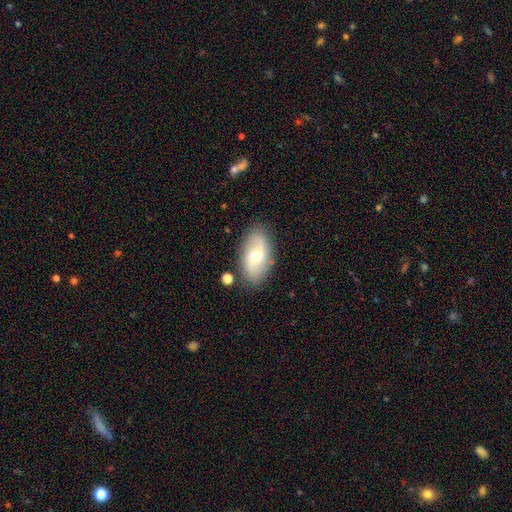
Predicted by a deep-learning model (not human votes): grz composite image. It shows a featured or disk galaxy (46%, tied with smooth). Merging: none (83%).